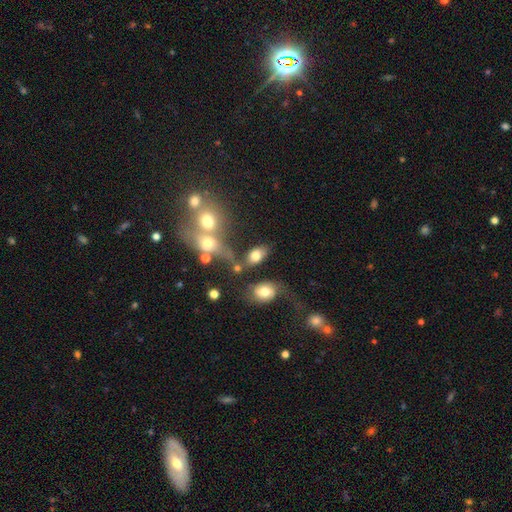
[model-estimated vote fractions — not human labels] Morphology: type=smooth (74%); roundness=in between (87%); merging=none (48%).